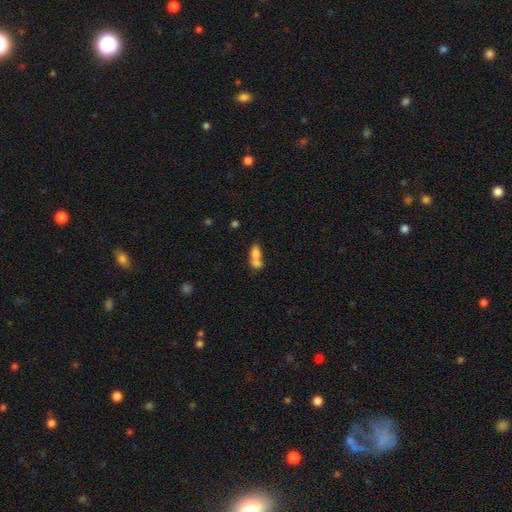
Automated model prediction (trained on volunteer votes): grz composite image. It shows a smooth galaxy with no disk features (72%) that is in between round and cigar-shaped (68%). Merging: merger (73%).